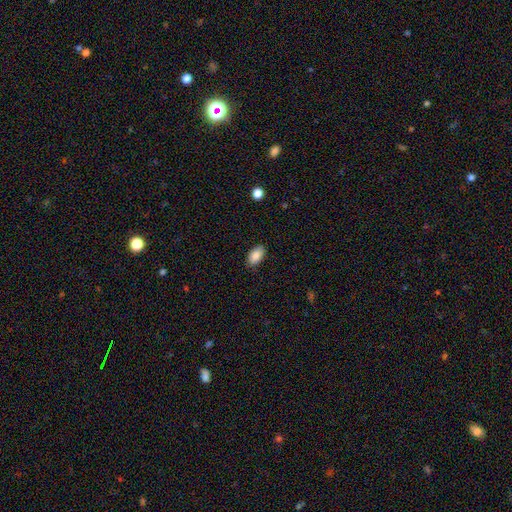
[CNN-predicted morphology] smooth_or_featured: smooth (p=0.88) [alt: star or artifact p=0.07]
how_rounded: in between (p=0.93) [alt: round p=0.04]
merging: none (p=0.86) [alt: minor disturbance p=0.11]